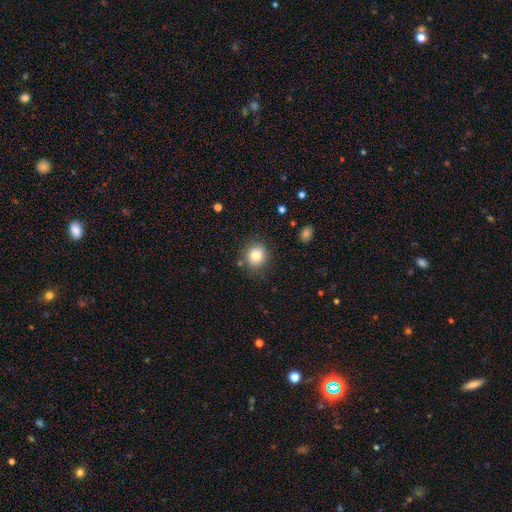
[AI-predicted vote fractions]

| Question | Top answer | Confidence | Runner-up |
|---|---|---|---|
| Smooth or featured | smooth | 80% | star or artifact (11%) |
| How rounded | round | 78% | in between (21%) |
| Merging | none | 83% | minor disturbance (11%) |